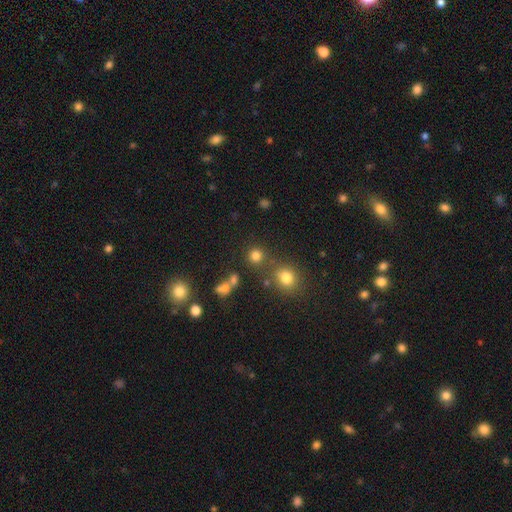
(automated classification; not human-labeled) This appears to be a smooth galaxy with no disk features (78%) that is round (90%). Merging: none (75%).